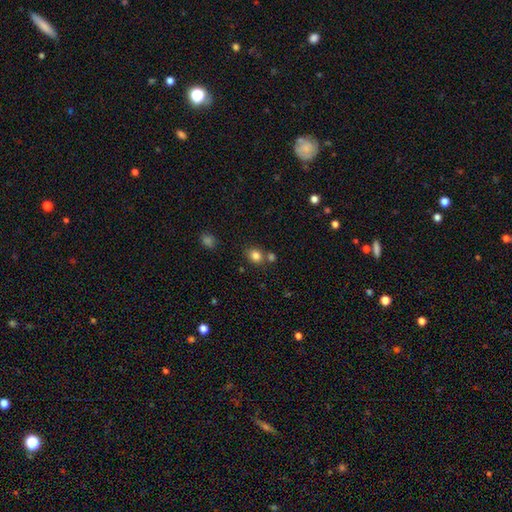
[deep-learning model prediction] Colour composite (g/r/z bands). It shows a smooth galaxy with no disk features (82%) that is round (59%). Merging: none (68%).